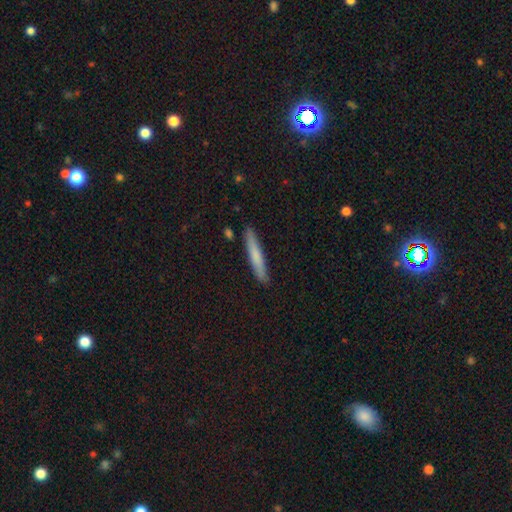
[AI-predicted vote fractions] Q: Smooth or featured?
A: smooth (71%); runner-up: featured or disk (23%)
Q: How rounded?
A: cigar-shaped (95%); runner-up: in between (4%)
Q: Merging?
A: none (89%); runner-up: minor disturbance (8%)